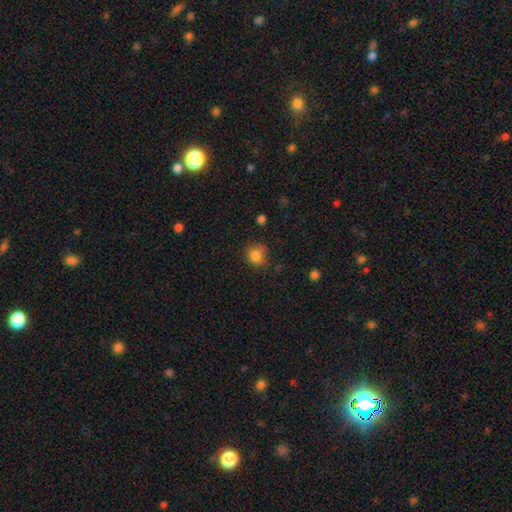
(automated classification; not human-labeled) smooth_or_featured: smooth (p=0.83) [alt: star or artifact p=0.11]
how_rounded: round (p=0.83) [alt: in between p=0.16]
merging: none (p=0.70) [alt: minor disturbance p=0.22]